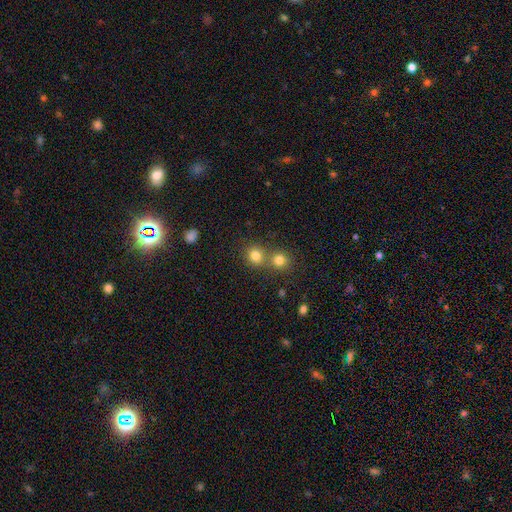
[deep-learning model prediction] This is likely a smooth galaxy (80%). How rounded: clearly round (84%). Merging: possibly none (53%).